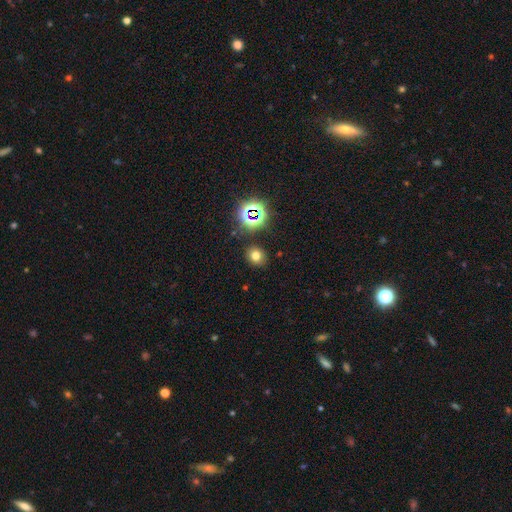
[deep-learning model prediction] The model was most divided on "how rounded": round: 66%, in between: 33%, cigar-shaped: 1%. More confident: merging — none (86%); smooth or featured — smooth (69%).